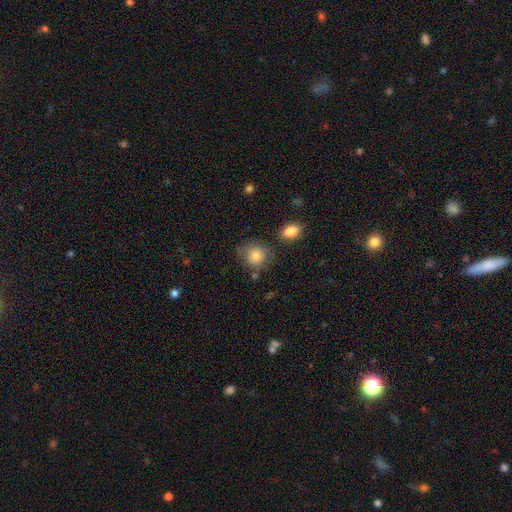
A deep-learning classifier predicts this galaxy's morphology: Smooth or featured? smooth (82%)
How rounded? round (82%)
Merging? none (70%)